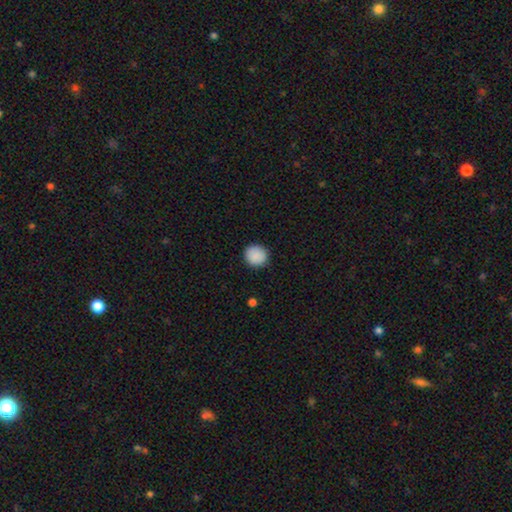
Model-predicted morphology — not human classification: smooth 90%, star or artifact 8%, featured or disk 3%. Down the decision tree: how rounded — round (91%); merging — none (90%).